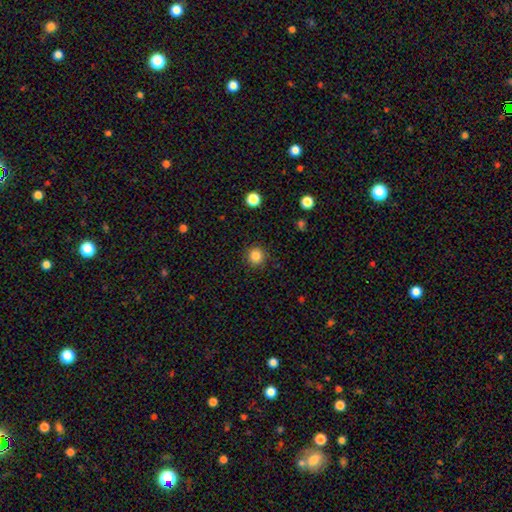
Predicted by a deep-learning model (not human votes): This appears to be a smooth galaxy with no disk features (84%) that is round (94%). Merging: none (91%).